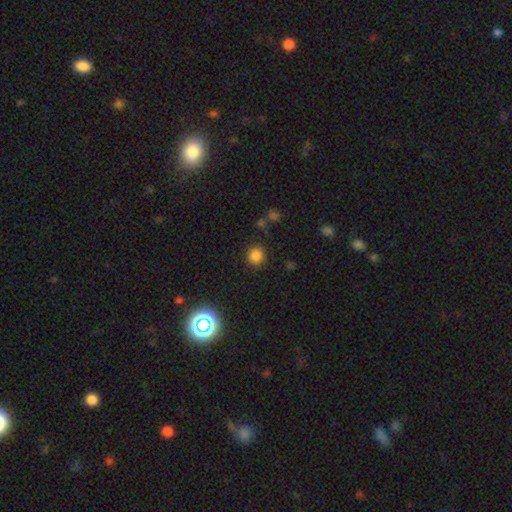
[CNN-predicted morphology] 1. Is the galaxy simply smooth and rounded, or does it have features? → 80% smooth, 15% star or artifact, 5% featured or disk.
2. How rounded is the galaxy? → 91% round, 8% in between, 1% cigar-shaped.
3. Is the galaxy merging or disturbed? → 86% none, 8% minor disturbance, 3% major disturbance, 2% merger.